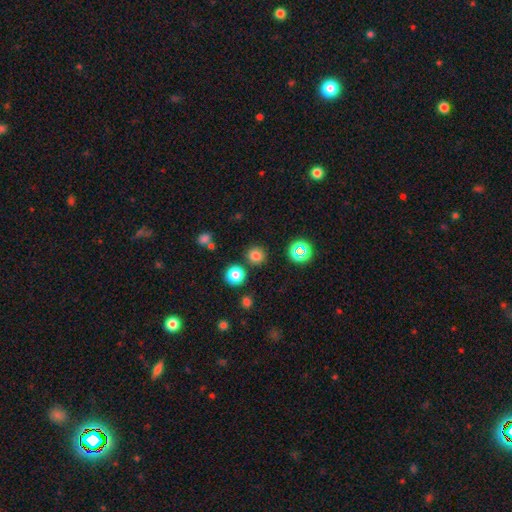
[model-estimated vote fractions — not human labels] A smooth galaxy with no disk features (75%) that is round (93%).

Vote fractions:
- Smooth or featured? smooth: 75% / star or artifact: 19% / featured or disk: 6%
- How rounded? round: 93% / in between: 6% / cigar-shaped: 1%
- Merging? none: 85% / minor disturbance: 7% / merger: 5% / major disturbance: 3%